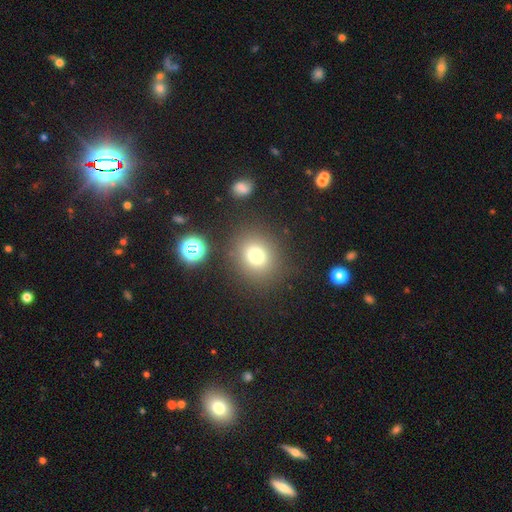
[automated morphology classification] smooth-or-featured: smooth: 76% | star or artifact: 15% | featured or disk: 9%
  how-rounded: round: 77% | in between: 22% | cigar-shaped: 1%
  merging: none: 82% | minor disturbance: 9% | major disturbance: 5% | merger: 4%